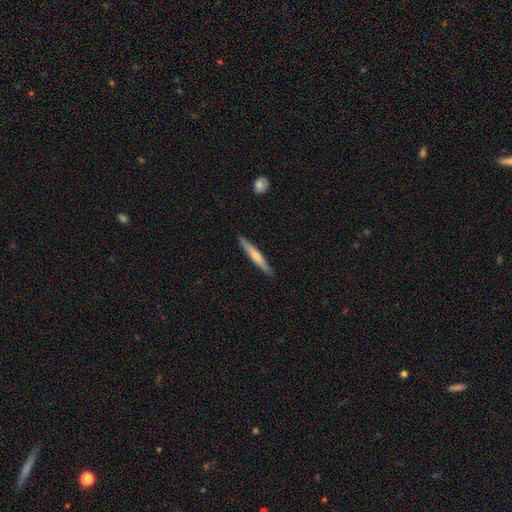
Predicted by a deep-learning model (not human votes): Smooth or featured? Predicted: smooth (p=0.58). How rounded? Predicted: cigar-shaped (p=0.95). Merging? Predicted: none (p=0.89).